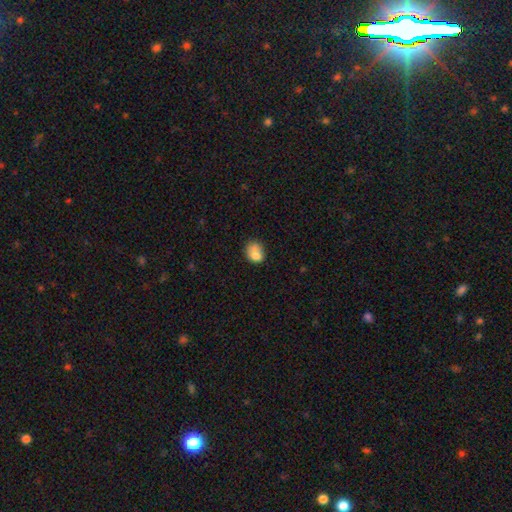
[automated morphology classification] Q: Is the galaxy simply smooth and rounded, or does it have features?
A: smooth — 72%.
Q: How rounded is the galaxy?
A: round — 51%.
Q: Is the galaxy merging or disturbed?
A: none — 38%.